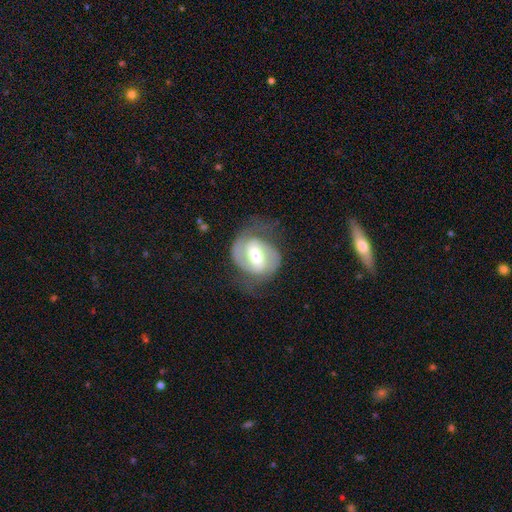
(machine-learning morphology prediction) featured or disk 81%, smooth 13%, star or artifact 5%. Down the decision tree: edge-on disk — no (97%); bar — weak (42%); spiral arms — yes (92%); spiral arm count — 2 (89%); spiral winding — medium (50%); bulge size — moderate (69%); merging — none (65%).